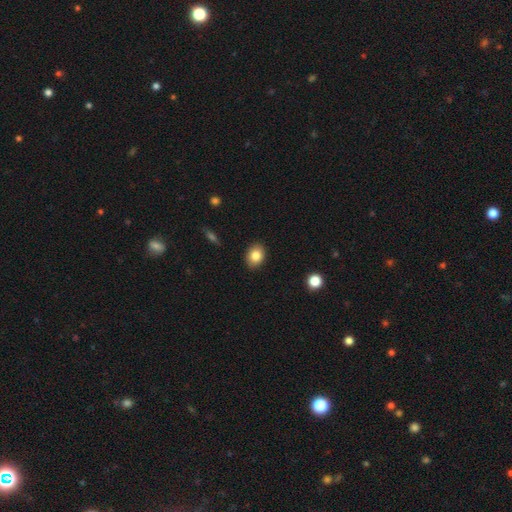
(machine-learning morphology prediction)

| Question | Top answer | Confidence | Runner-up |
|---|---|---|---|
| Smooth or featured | smooth | 83% | star or artifact (9%) |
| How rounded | in between | 65% | round (34%) |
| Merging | none | 89% | minor disturbance (8%) |